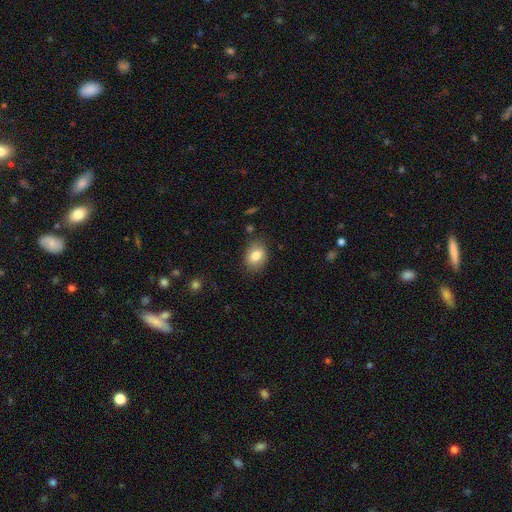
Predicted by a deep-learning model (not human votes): This is clearly a smooth galaxy (80%). How rounded: likely in between (72%). Merging: clearly none (82%).